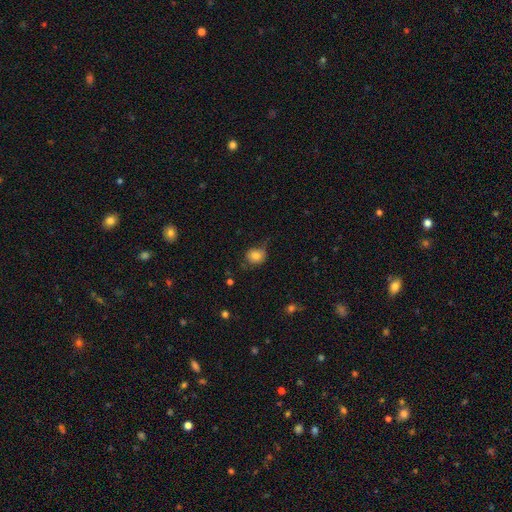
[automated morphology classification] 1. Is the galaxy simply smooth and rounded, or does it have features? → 78% smooth, 13% featured or disk, 10% star or artifact.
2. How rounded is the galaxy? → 65% round, 34% in between, 1% cigar-shaped.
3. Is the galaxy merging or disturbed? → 56% none, 30% minor disturbance, 12% major disturbance, 2% merger.